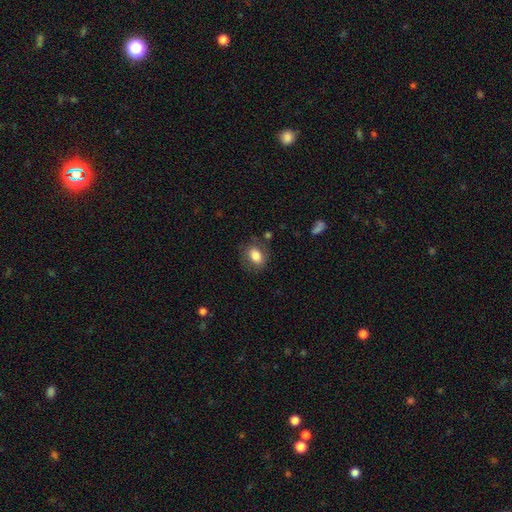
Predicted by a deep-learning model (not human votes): A smooth galaxy with no disk features (80%) that is in between round and cigar-shaped (73%). Merging: none (73%).